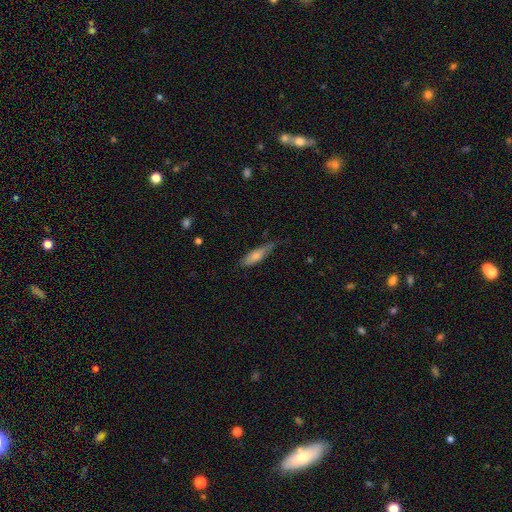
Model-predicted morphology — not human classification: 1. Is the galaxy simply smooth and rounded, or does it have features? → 62% smooth, 31% featured or disk, 7% star or artifact.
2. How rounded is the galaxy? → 70% cigar-shaped, 28% in between, 2% round.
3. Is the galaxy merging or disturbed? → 68% none, 26% minor disturbance, 4% major disturbance, 2% merger.